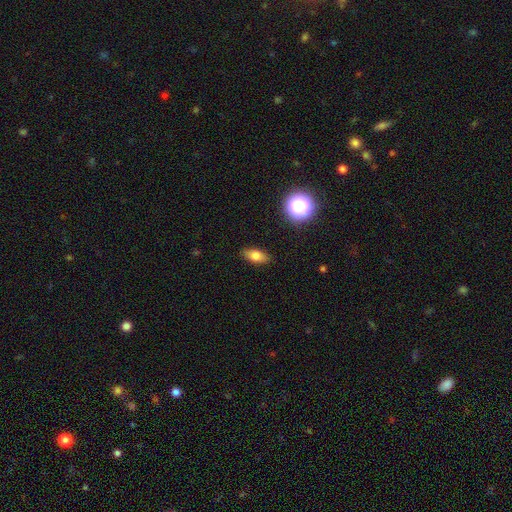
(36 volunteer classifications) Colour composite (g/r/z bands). It shows a smooth galaxy with no disk features (81%) that is in between round and cigar-shaped (86%). Merging: none (91%).